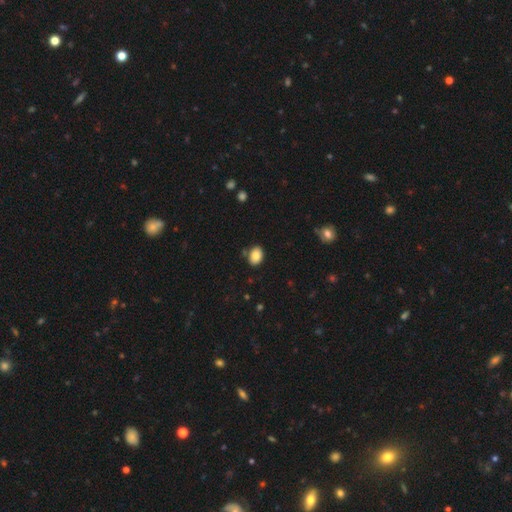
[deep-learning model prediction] This appears to be a smooth galaxy with no disk features (85%) that is in between round and cigar-shaped (73%). Merging: none (82%).